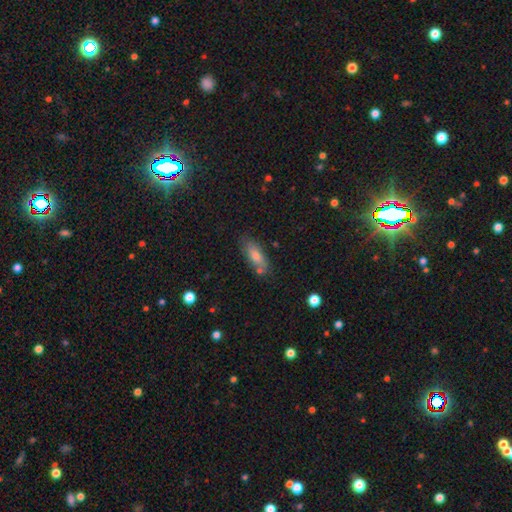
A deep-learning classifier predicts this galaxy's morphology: Smooth or featured? Predicted: smooth (p=0.68). How rounded? Predicted: in between (p=0.69). Merging? Predicted: none (p=0.77).